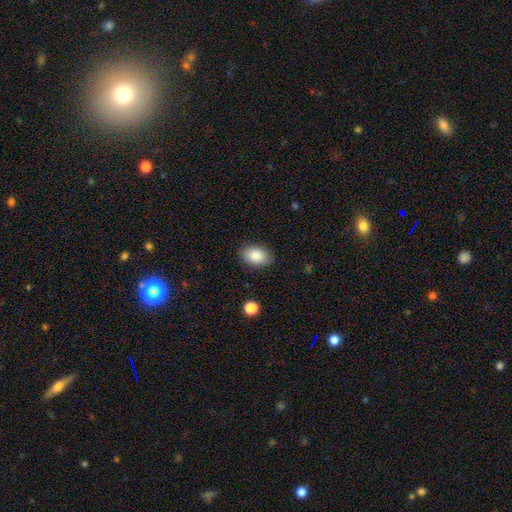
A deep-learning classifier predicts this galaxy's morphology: smooth-or-featured: smooth: 88% | star or artifact: 7% | featured or disk: 5%
  how-rounded: in between: 89% | round: 10% | cigar-shaped: 1%
  merging: none: 86% | minor disturbance: 10% | major disturbance: 3% | merger: 1%